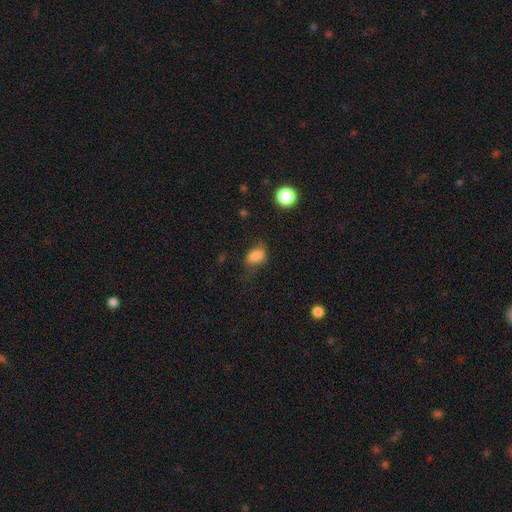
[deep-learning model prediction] This is clearly a smooth galaxy (82%). How rounded: clearly in between (85%). Merging: possibly none (54%).